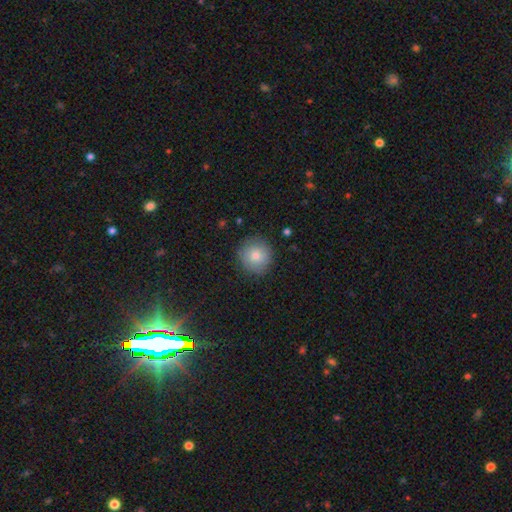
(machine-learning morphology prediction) The model was most divided on "smooth or featured": smooth: 78%, featured or disk: 13%, star or artifact: 9%. More confident: how rounded — round (94%); merging — none (85%).